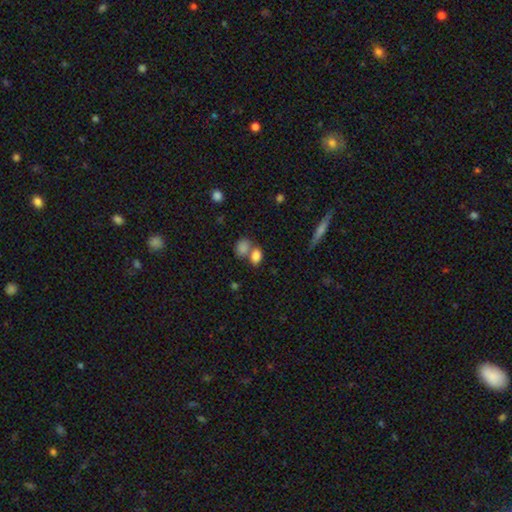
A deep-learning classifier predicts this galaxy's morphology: smooth-or-featured: smooth: 82% | star or artifact: 10% | featured or disk: 8%
  how-rounded: in between: 80% | round: 18% | cigar-shaped: 2%
  merging: merger: 49% | none: 37% | minor disturbance: 9% | major disturbance: 4%